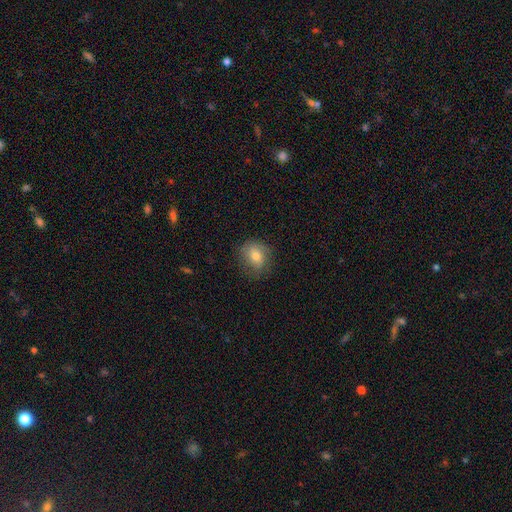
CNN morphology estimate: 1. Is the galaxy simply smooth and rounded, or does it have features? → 71% smooth, 20% featured or disk, 9% star or artifact.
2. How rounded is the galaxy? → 58% round, 41% in between, 1% cigar-shaped.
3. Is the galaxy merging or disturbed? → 75% none, 18% minor disturbance, 6% major disturbance, 1% merger.